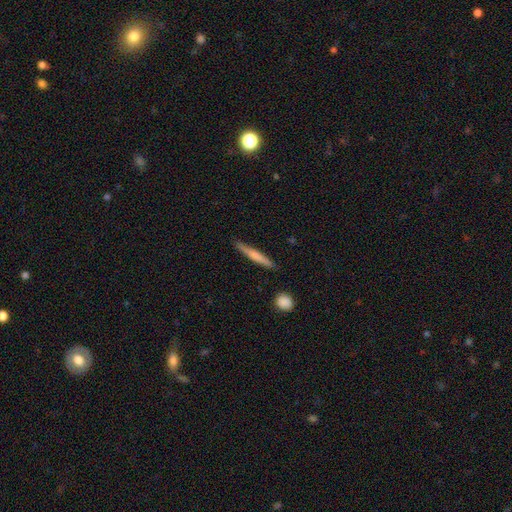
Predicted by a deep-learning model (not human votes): The model was most divided on "smooth or featured": smooth: 59%, featured or disk: 35%, star or artifact: 6%. More confident: how rounded — cigar-shaped (94%); merging — none (87%).